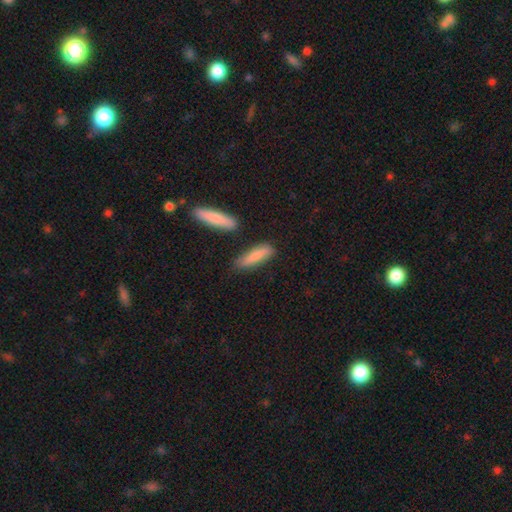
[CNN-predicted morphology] Q: Smooth or featured?
A: smooth (82%); runner-up: featured or disk (12%)
Q: How rounded?
A: cigar-shaped (71%); runner-up: in between (27%)
Q: Merging?
A: none (78%); runner-up: minor disturbance (14%)